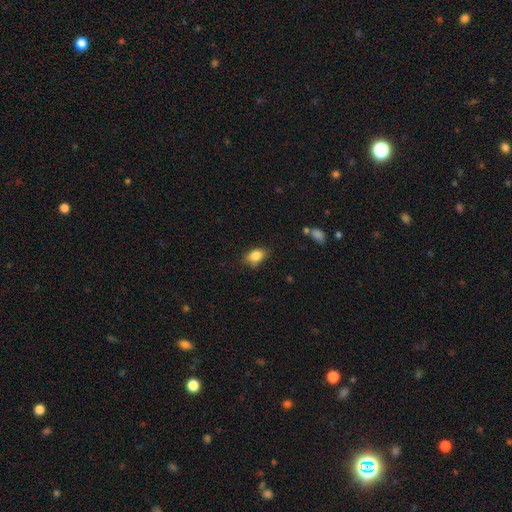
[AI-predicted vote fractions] A smooth galaxy with no disk features (83%) that is in between round and cigar-shaped (82%).

Vote fractions:
- Smooth or featured? smooth: 83% / star or artifact: 9% / featured or disk: 8%
- How rounded? in between: 82% / round: 16% / cigar-shaped: 2%
- Merging? none: 74% / minor disturbance: 20% / major disturbance: 4% / merger: 2%